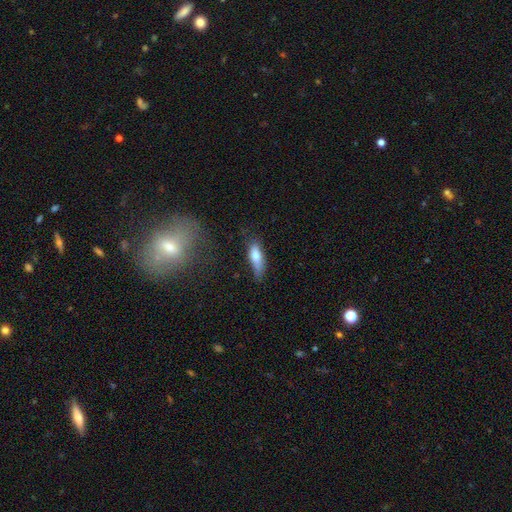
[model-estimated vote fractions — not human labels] This is likely a smooth galaxy (72%). How rounded: possibly in between (55%). Merging: possibly none (52%).